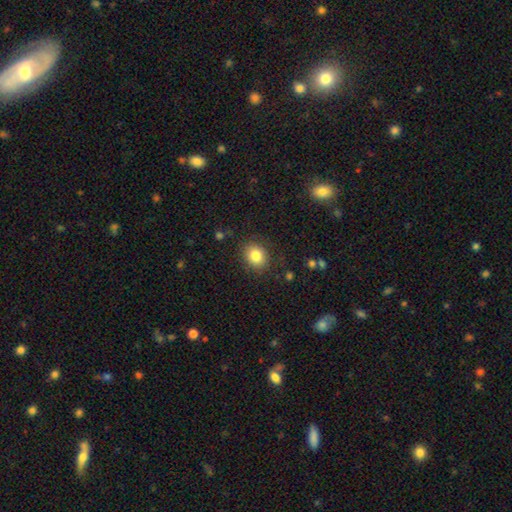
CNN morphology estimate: Smooth or featured?
  - smooth: 83% *
  - star or artifact: 10%
  - featured or disk: 7%
How rounded?
  - round: 64% *
  - in between: 35%
  - cigar-shaped: 1%
Merging?
  - none: 85% *
  - minor disturbance: 10%
  - major disturbance: 3%
  - merger: 1%